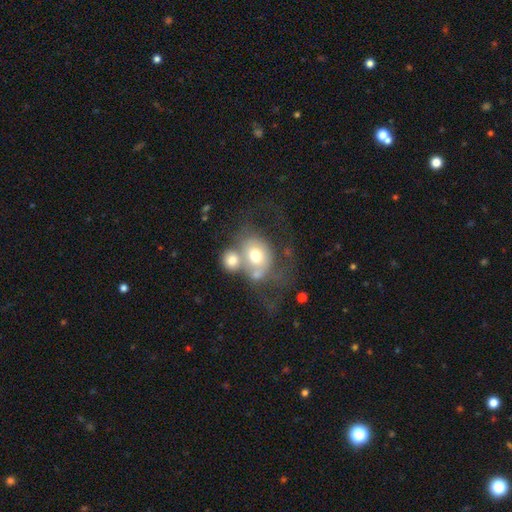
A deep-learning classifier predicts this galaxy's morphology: A smooth galaxy with no disk features (57%) that is round (54%). Merging: merger (54%).